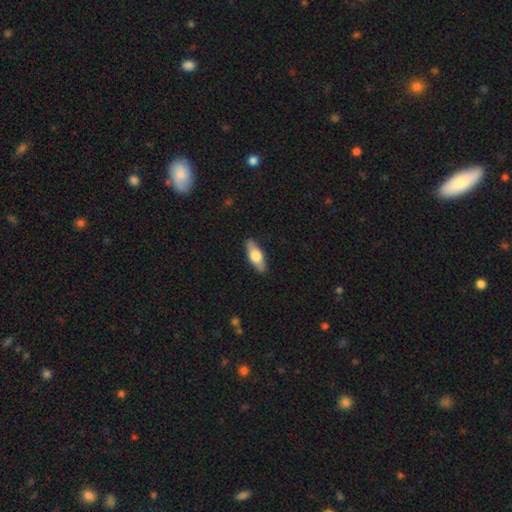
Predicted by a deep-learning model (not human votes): smooth-or-featured: smooth: 57% | featured or disk: 38% | star or artifact: 5%
  how-rounded: in between: 62% | cigar-shaped: 35% | round: 3%
  merging: none: 88% | minor disturbance: 9% | major disturbance: 2% | merger: 1%